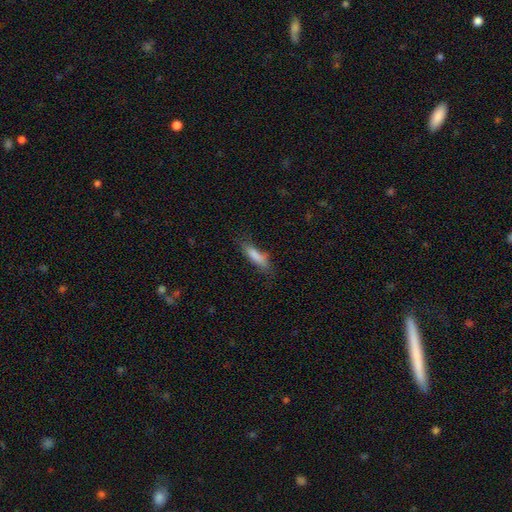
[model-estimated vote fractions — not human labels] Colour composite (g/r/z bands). It shows a smooth galaxy with no disk features (82%) that is cigar-shaped (59%). Merging: none (66%).